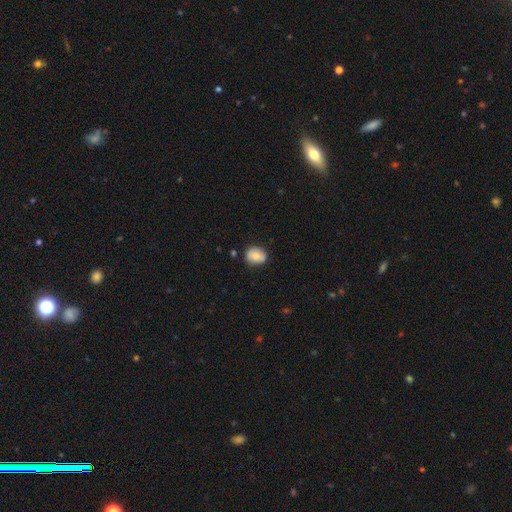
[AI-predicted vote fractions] Smooth or featured?
  - smooth: 76% *
  - featured or disk: 16%
  - star or artifact: 8%
How rounded?
  - round: 53% *
  - in between: 46%
  - cigar-shaped: 1%
Merging?
  - none: 76% *
  - minor disturbance: 19%
  - major disturbance: 3%
  - merger: 2%